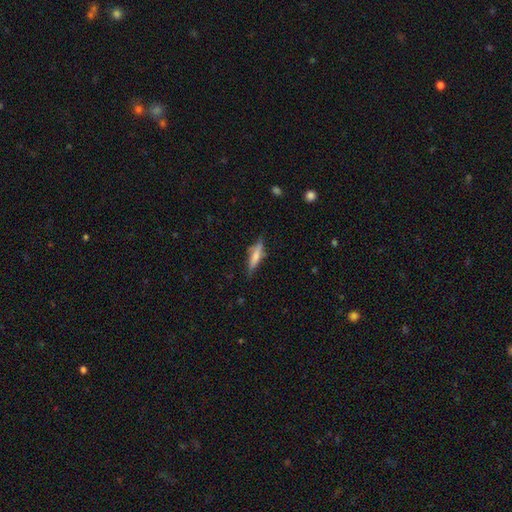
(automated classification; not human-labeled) Smooth or featured? smooth (62%)
How rounded? cigar-shaped (72%)
Merging? none (73%)